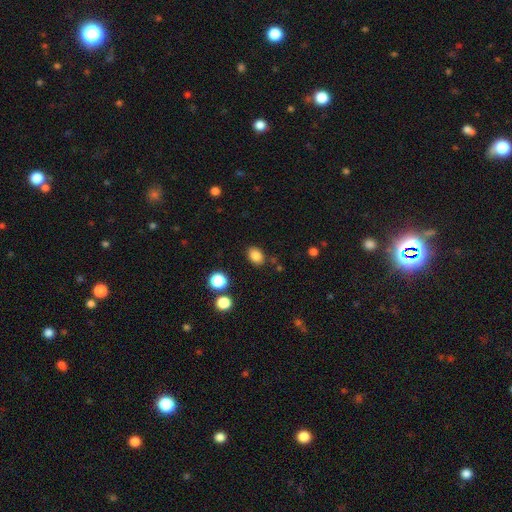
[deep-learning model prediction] Smooth or featured? Predicted: smooth (p=0.84). How rounded? Predicted: in between (p=0.71). Merging? Predicted: none (p=0.83).